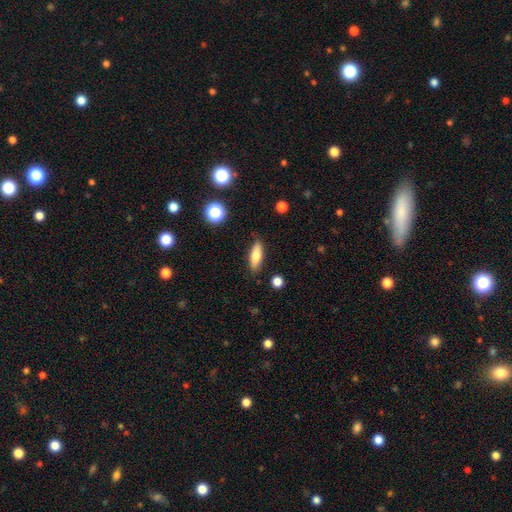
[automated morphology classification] Overall: smooth (72%). How rounded: in between (55%; cigar-shaped 42%). Merging: none (86%).